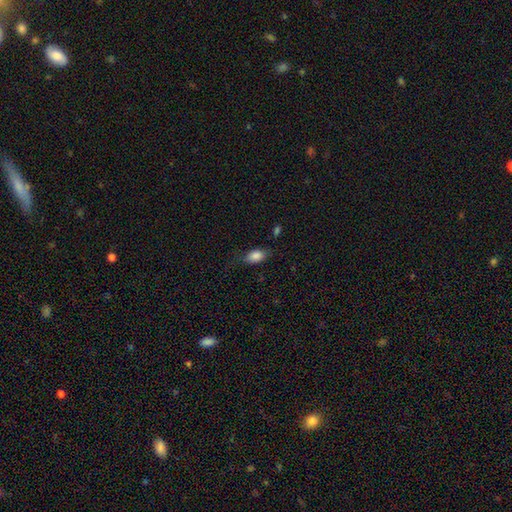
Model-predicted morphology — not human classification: smooth_or_featured: smooth (p=0.83) [alt: featured or disk p=0.09]
how_rounded: in between (p=0.87) [alt: round p=0.08]
merging: none (p=0.65) [alt: minor disturbance p=0.24]